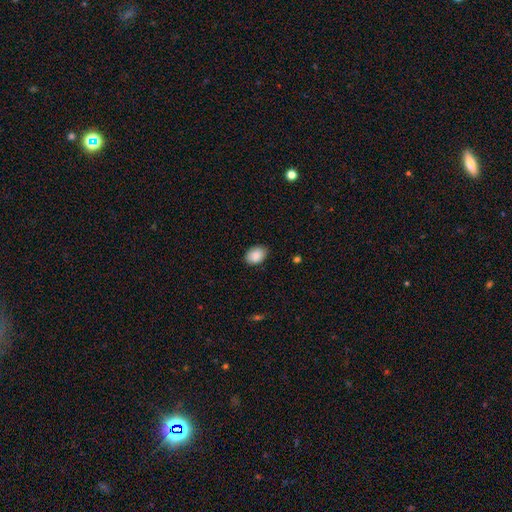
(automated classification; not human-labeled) Smooth or featured? Predicted: smooth (p=0.89). How rounded? Predicted: in between (p=0.74). Merging? Predicted: none (p=0.83).